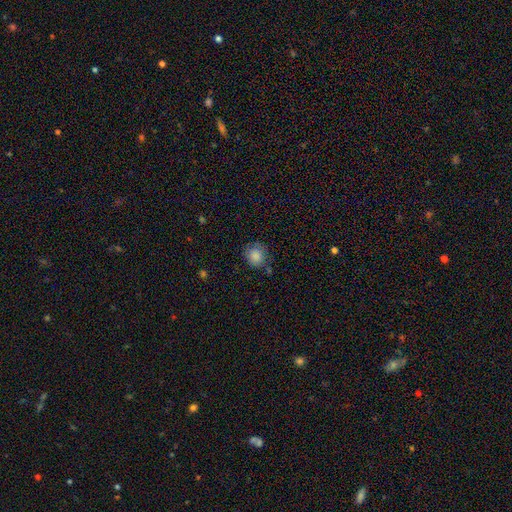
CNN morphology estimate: Q: Smooth or featured?
A: smooth (86%); runner-up: star or artifact (9%)
Q: How rounded?
A: round (85%); runner-up: in between (14%)
Q: Merging?
A: none (70%); runner-up: minor disturbance (20%)